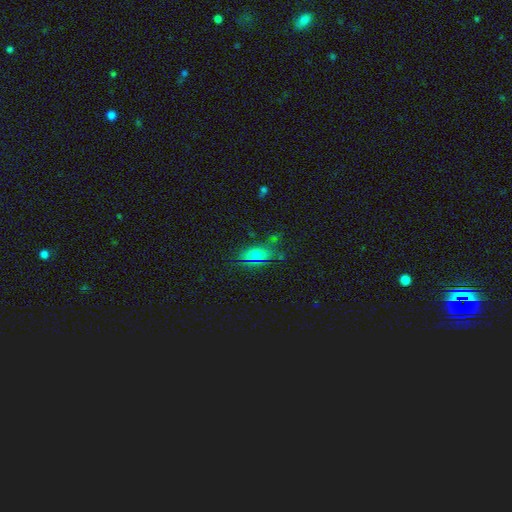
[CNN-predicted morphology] Smooth or featured: smooth — 66% (star or artifact — 21%)
How rounded: in between — 79% (round — 11%)
Merging: none — 69% (minor disturbance — 20%)